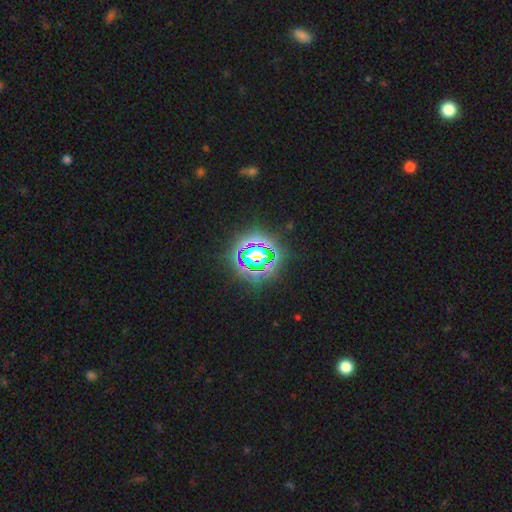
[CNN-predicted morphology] A star or artifact, not a galaxy (70%).

Vote fractions:
- Smooth or featured? star or artifact: 70% / smooth: 17% / featured or disk: 13%